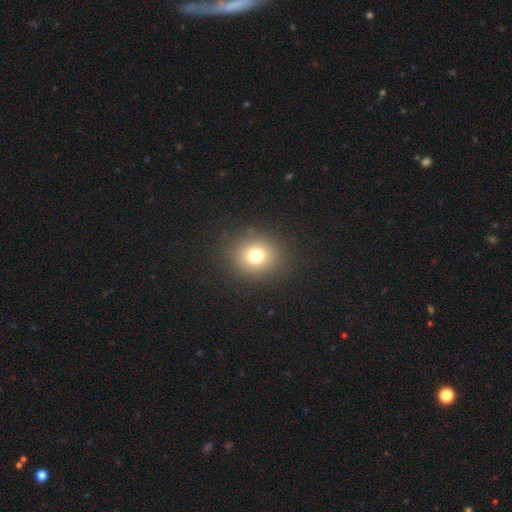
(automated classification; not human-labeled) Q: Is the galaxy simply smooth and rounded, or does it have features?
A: smooth — 74%.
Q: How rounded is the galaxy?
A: round — 79%.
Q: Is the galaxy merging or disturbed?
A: none — 88%.